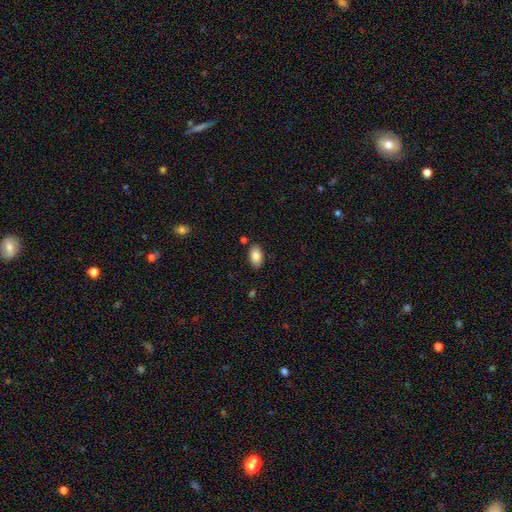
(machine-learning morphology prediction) This appears to be a smooth galaxy with no disk features (84%) that is in between round and cigar-shaped (92%). Merging: none (83%).